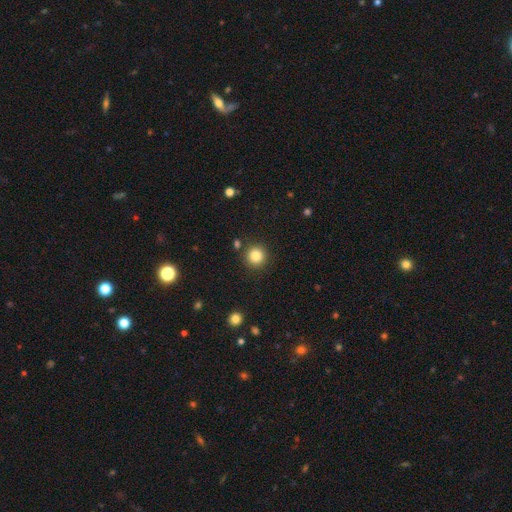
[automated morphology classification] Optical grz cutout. It shows a smooth galaxy with no disk features (85%) that is round (93%). Merging: none (87%).